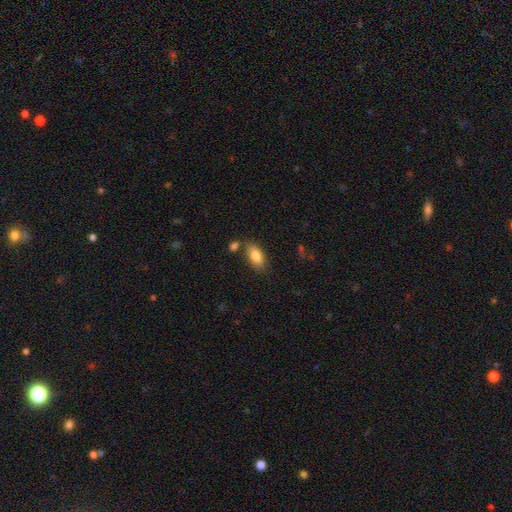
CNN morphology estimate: smooth 81%, featured or disk 12%, star or artifact 7%. Down the decision tree: how rounded — in between (87%); merging — none (76%).